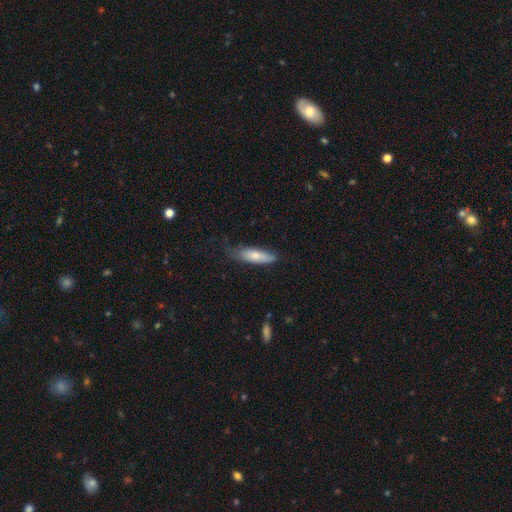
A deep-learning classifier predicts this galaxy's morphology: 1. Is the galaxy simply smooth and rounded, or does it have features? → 74% smooth, 20% featured or disk, 6% star or artifact.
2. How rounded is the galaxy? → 51% cigar-shaped, 47% in between, 2% round.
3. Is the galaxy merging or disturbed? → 54% none, 33% minor disturbance, 11% major disturbance, 2% merger.